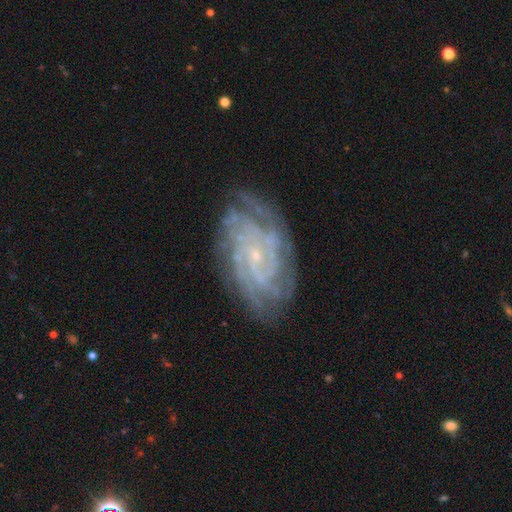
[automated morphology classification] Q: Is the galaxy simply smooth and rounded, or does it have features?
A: featured or disk — 88%.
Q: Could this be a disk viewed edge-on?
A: no — 96%.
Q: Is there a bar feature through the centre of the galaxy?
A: no — 60%.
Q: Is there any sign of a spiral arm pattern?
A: yes — 97%.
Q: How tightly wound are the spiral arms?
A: tight — 74%.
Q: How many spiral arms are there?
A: can't tell — 28%.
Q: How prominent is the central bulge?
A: small — 85%.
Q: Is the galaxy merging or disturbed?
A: none — 78%.